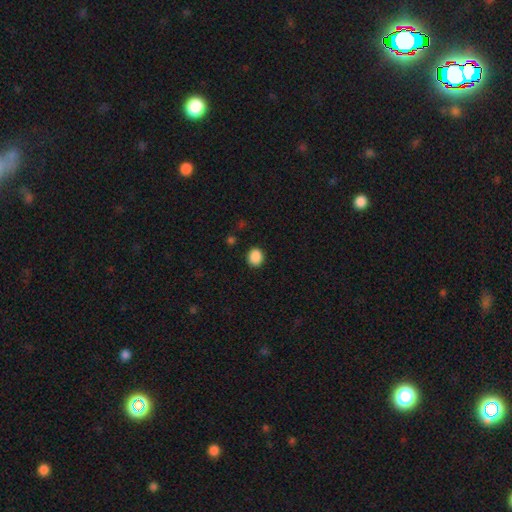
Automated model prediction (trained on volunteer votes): Smooth or featured? smooth (89%)
How rounded? round (74%)
Merging? none (89%)